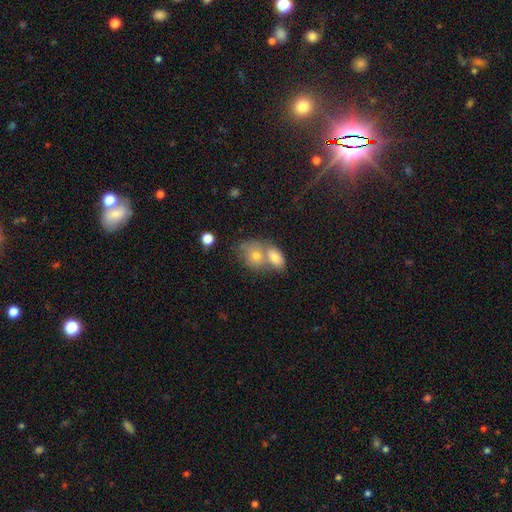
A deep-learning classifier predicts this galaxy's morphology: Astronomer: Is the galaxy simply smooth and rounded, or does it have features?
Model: smooth — 74%.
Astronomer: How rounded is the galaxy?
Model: in between — 57% (runner-up: round, 42%).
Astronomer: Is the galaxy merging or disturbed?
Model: merger — 64%.